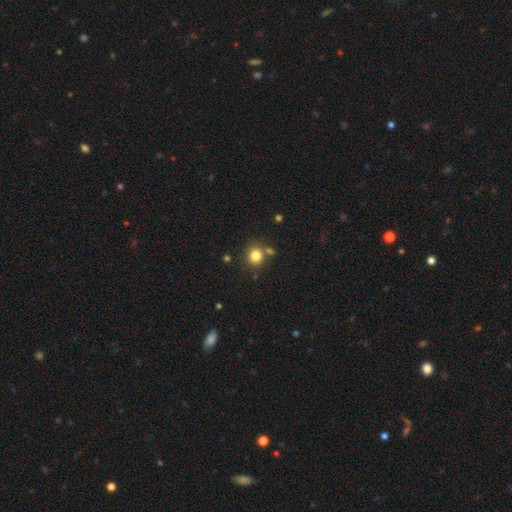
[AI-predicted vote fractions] This appears to be a smooth galaxy with no disk features (81%) that is round (83%). Merging: none (75%).